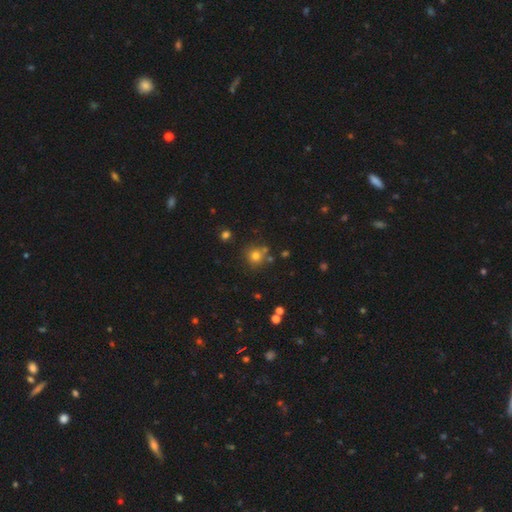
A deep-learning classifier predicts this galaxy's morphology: smooth 75%, star or artifact 17%, featured or disk 8%. Down the decision tree: how rounded — round (92%); merging — none (76%).